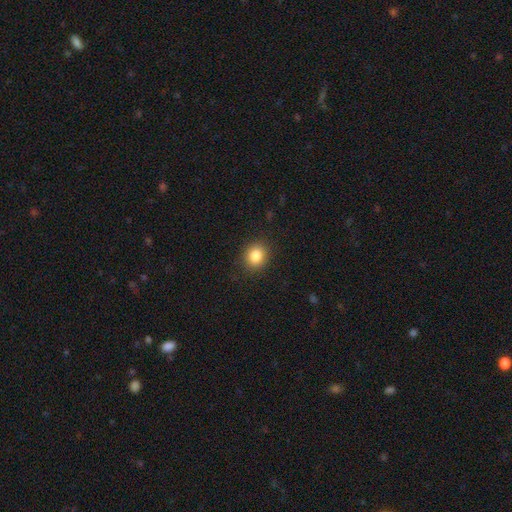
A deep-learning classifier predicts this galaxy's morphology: smooth 84%, star or artifact 10%, featured or disk 6%. Down the decision tree: how rounded — round (75%); merging — none (89%).